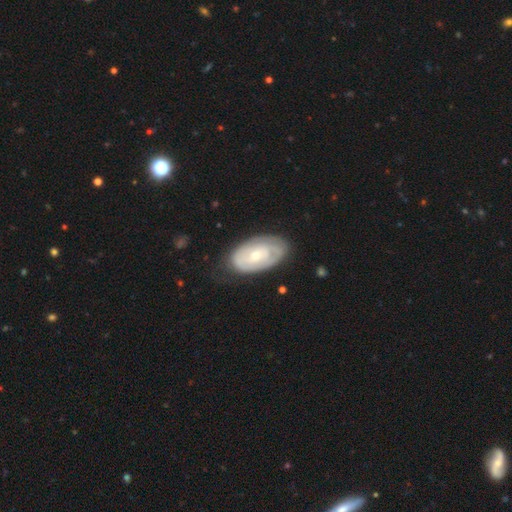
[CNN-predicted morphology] Smooth or featured? featured or disk (65%)
Edge-on disk? no (93%)
Bar? no (74%)
Spiral arms? yes (66%)
Bulge size? small (54%)
Merging? none (71%)